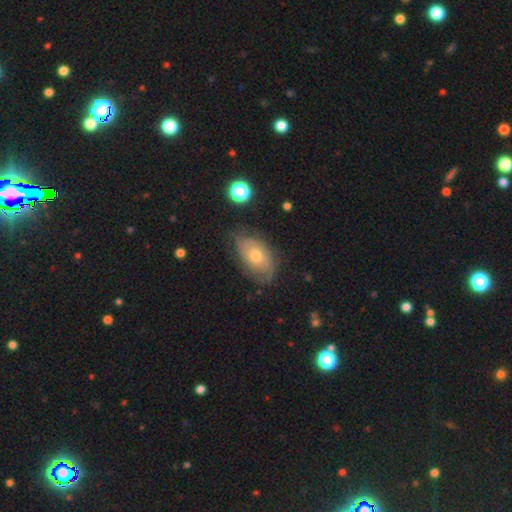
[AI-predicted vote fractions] The model was most divided on "smooth or featured": featured or disk: 57%, smooth: 34%, star or artifact: 8%. More confident: edge-on disk — no (92%); bar — no (84%); spiral arms — yes (73%); merging — none (67%); bulge size — moderate (61%).